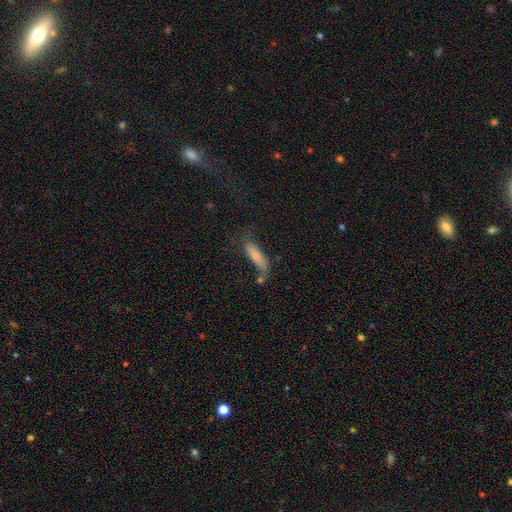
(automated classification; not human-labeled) A smooth galaxy with no disk features (75%) that is cigar-shaped (64%).

Vote fractions:
- Smooth or featured? smooth: 75% / featured or disk: 17% / star or artifact: 8%
- How rounded? cigar-shaped: 64% / in between: 35% / round: 2%
- Merging? none: 54% / minor disturbance: 23% / merger: 12% / major disturbance: 11%